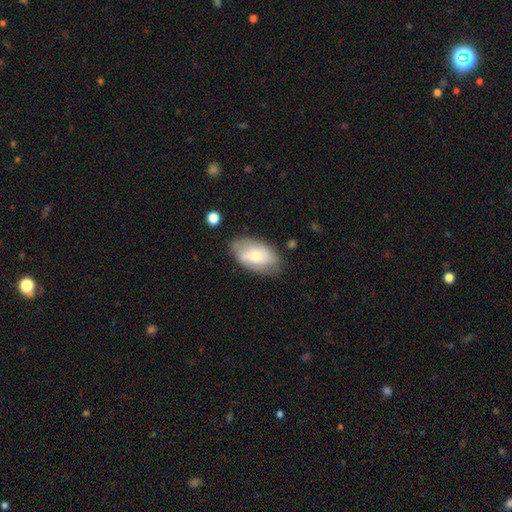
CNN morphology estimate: This is likely a smooth galaxy (60%). How rounded: clearly in between (93%). Merging: likely none (69%).